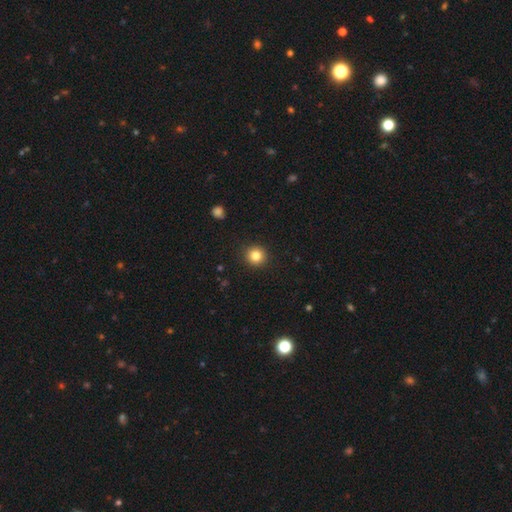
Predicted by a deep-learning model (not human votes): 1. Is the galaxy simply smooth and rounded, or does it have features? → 83% smooth, 11% star or artifact, 6% featured or disk.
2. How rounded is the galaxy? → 94% round, 6% in between, 1% cigar-shaped.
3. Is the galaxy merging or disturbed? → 92% none, 5% minor disturbance, 2% major disturbance, 1% merger.